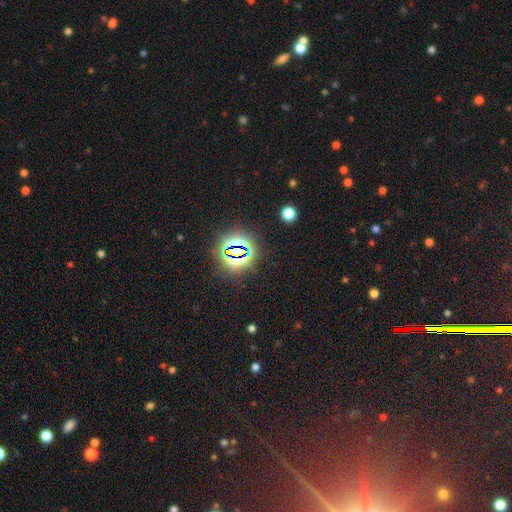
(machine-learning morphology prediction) smooth-or-featured: star or artifact: 81% | smooth: 11% | featured or disk: 7%